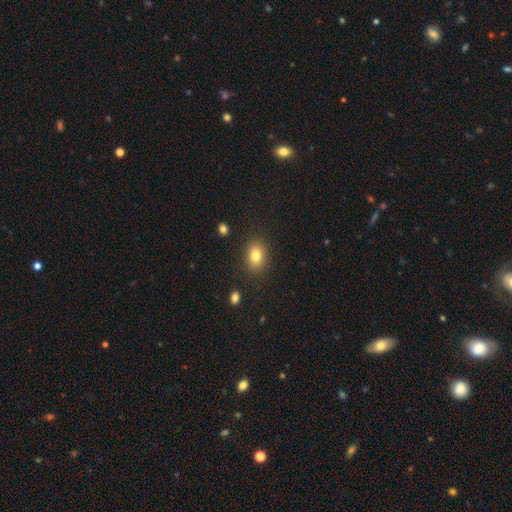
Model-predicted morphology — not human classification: Smooth or featured? smooth (82%)
How rounded? in between (71%)
Merging? none (86%)